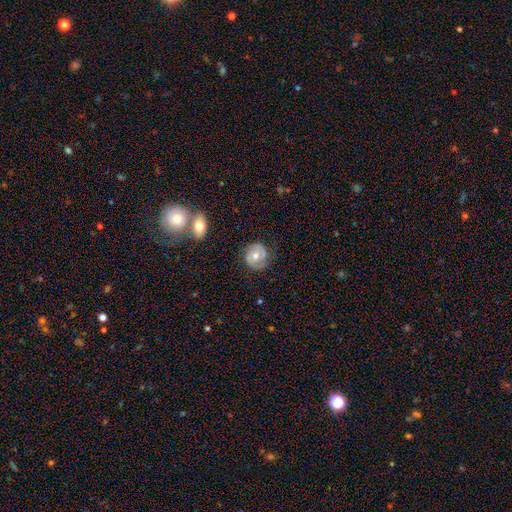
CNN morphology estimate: Smooth or featured?
  - featured or disk: 62% *
  - smooth: 31%
  - star or artifact: 7%
Edge-on disk?
  - no: 97% *
  - yes: 3%
Bar?
  - no: 75% *
  - weak: 20%
  - strong: 5%
Spiral arms?
  - yes: 78% *
  - no: 22%
Bulge size?
  - moderate: 74% *
  - small: 21%
  - large: 3%
  - none: 1%
  - dominant: 1%
Merging?
  - none: 76% *
  - minor disturbance: 16%
  - major disturbance: 5%
  - merger: 3%